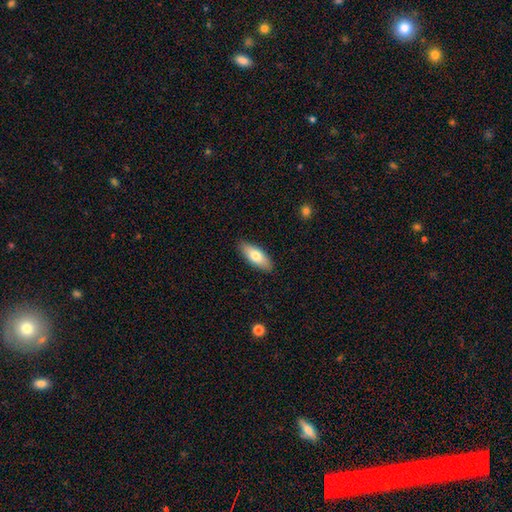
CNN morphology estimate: type=smooth (74%); roundness=in between (77%); merging=none (88%).